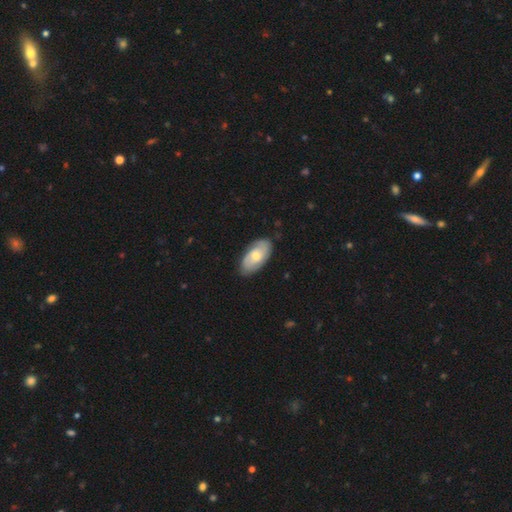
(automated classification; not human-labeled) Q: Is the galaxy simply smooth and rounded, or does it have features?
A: featured or disk — 54%.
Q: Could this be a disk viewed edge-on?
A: no — 92%.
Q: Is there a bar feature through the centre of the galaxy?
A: no — 66%.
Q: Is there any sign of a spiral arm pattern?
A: yes — 77%.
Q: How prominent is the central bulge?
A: moderate — 60%.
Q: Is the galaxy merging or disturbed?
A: none — 81%.